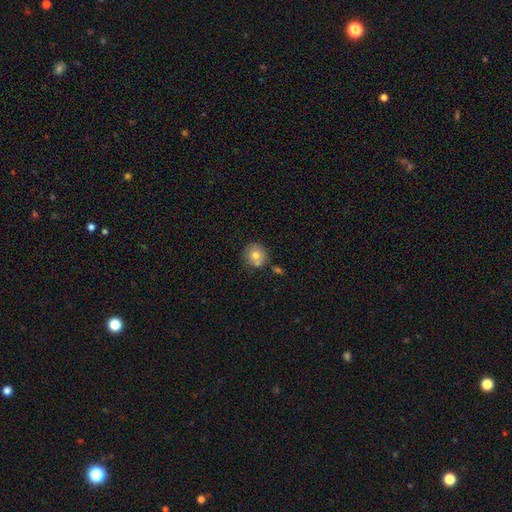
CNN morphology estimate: Q: Smooth or featured?
A: smooth (74%); runner-up: featured or disk (17%)
Q: How rounded?
A: round (89%); runner-up: in between (10%)
Q: Merging?
A: none (65%); runner-up: merger (18%)